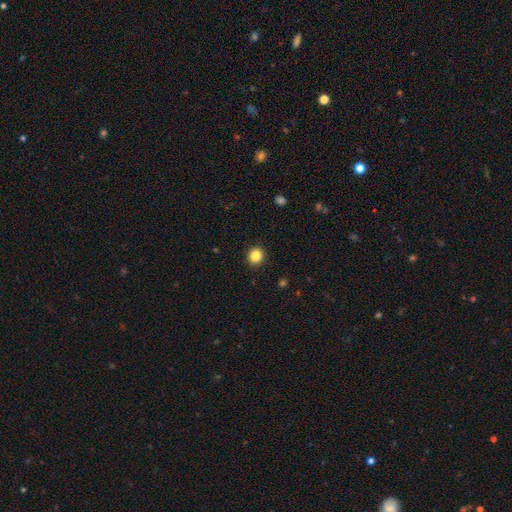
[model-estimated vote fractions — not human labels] Smooth or featured?
  - smooth: 86% *
  - star or artifact: 11%
  - featured or disk: 4%
How rounded?
  - round: 88% *
  - in between: 11%
  - cigar-shaped: 1%
Merging?
  - none: 92% *
  - minor disturbance: 5%
  - major disturbance: 2%
  - merger: 1%